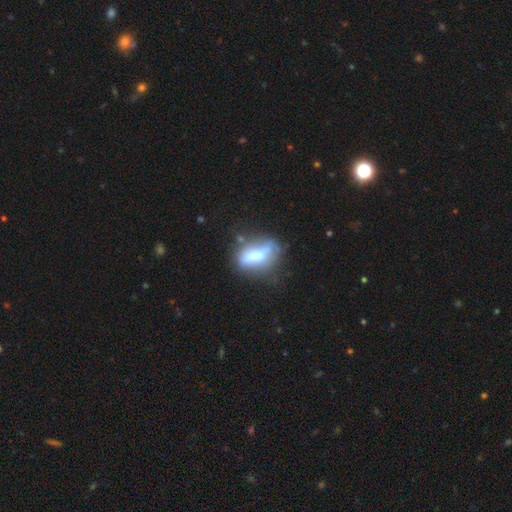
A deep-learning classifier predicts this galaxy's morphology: The model was most divided on "smooth or featured": smooth: 48%, featured or disk: 43%, star or artifact: 9%. More confident: merging — none (55%).